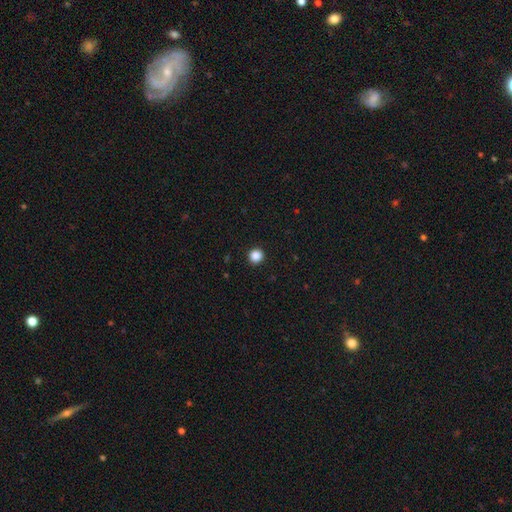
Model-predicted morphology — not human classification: smooth 87%, star or artifact 11%, featured or disk 3%. Down the decision tree: how rounded — round (93%); merging — none (93%).